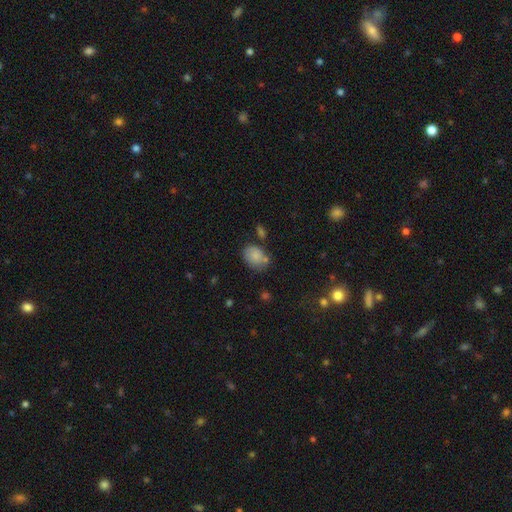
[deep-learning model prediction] smooth_or_featured: smooth (p=0.81) [alt: featured or disk p=0.11]
how_rounded: in between (p=0.64) [alt: round p=0.34]
merging: none (p=0.56) [alt: minor disturbance p=0.23]